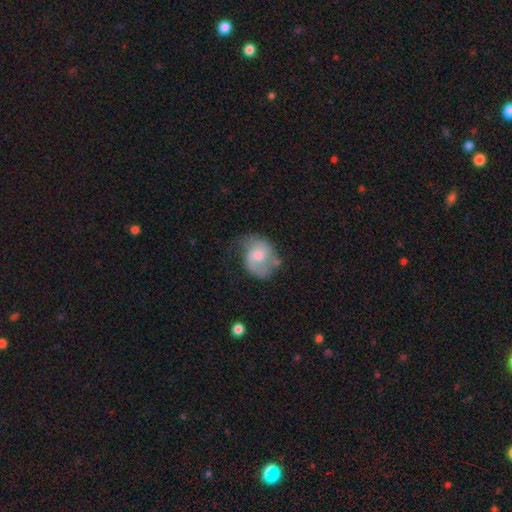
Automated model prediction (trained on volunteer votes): Smooth or featured?
  - featured or disk: 57% *
  - smooth: 35%
  - star or artifact: 8%
Edge-on disk?
  - no: 97% *
  - yes: 3%
Bar?
  - no: 62% *
  - weak: 32%
  - strong: 5%
Spiral arms?
  - yes: 81% *
  - no: 19%
Bulge size?
  - moderate: 57% *
  - small: 26%
  - large: 10%
  - none: 5%
  - dominant: 1%
Merging?
  - none: 48% *
  - minor disturbance: 31%
  - major disturbance: 17%
  - merger: 3%